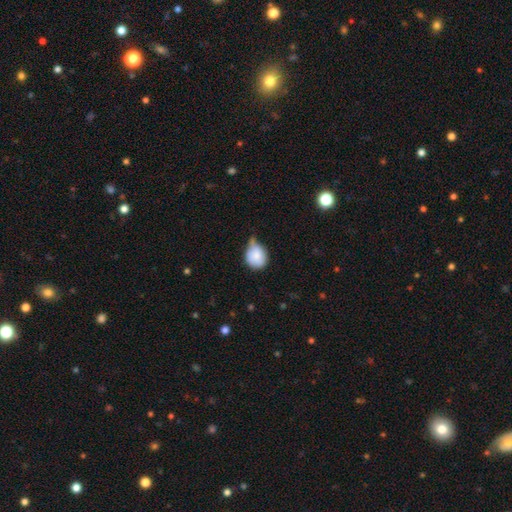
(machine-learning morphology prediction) A smooth galaxy with no disk features (81%) that is round (73%).

Vote fractions:
- Smooth or featured? smooth: 81% / featured or disk: 11% / star or artifact: 8%
- How rounded? round: 73% / in between: 26% / cigar-shaped: 1%
- Merging? minor disturbance: 51% / none: 28% / major disturbance: 14% / merger: 7%